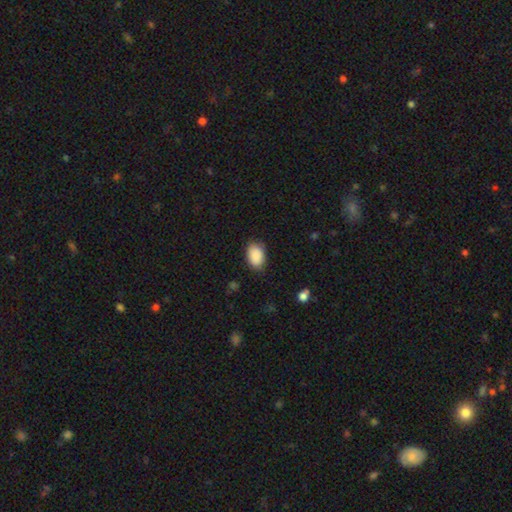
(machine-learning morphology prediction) Smooth or featured: smooth — 90% (star or artifact — 7%)
How rounded: in between — 88% (round — 11%)
Merging: none — 83% (minor disturbance — 13%)